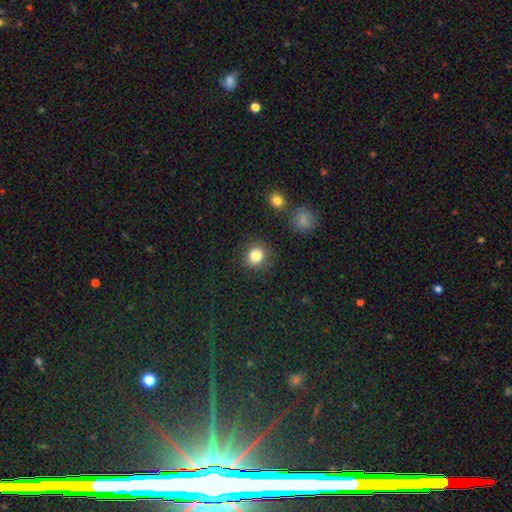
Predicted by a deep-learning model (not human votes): Smooth or featured? smooth (84%)
How rounded? round (79%)
Merging? none (86%)